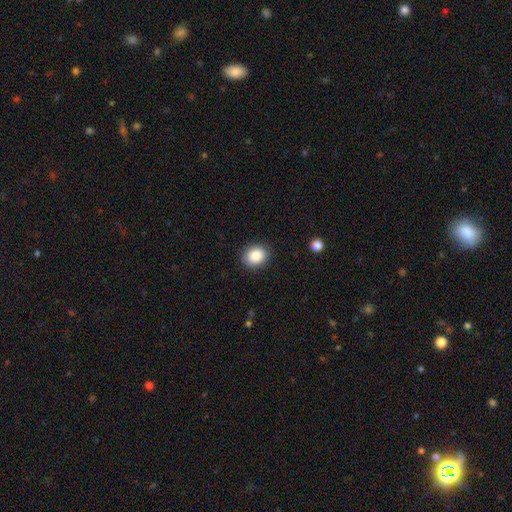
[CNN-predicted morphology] Smooth or featured: smooth — 87% (star or artifact — 8%)
How rounded: round — 54% (in between — 45%)
Merging: none — 89% (minor disturbance — 8%)